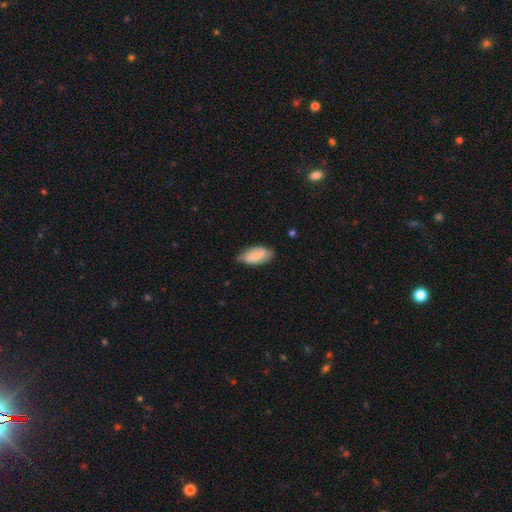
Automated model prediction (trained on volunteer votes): Smooth or featured? Predicted: smooth (p=0.62). How rounded? Predicted: in between (p=0.91). Merging? Predicted: none (p=0.69).